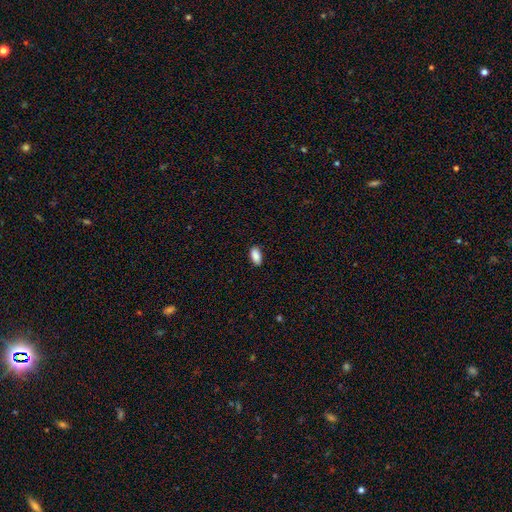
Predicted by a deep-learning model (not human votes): smooth_or_featured: smooth (p=0.89) [alt: star or artifact p=0.07]
how_rounded: in between (p=0.92) [alt: cigar-shaped p=0.04]
merging: none (p=0.88) [alt: minor disturbance p=0.09]